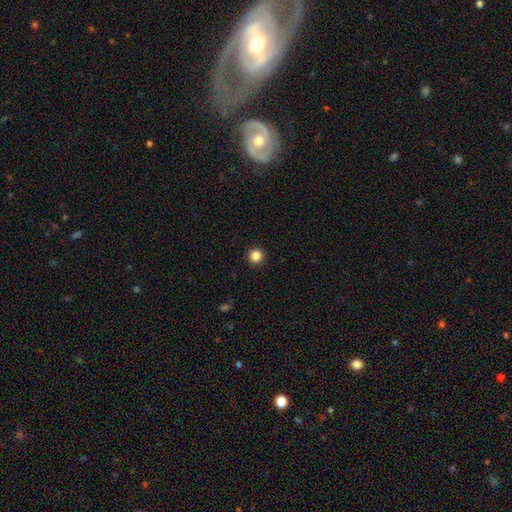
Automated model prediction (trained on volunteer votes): Smooth or featured?
  - smooth: 86% *
  - star or artifact: 11%
  - featured or disk: 3%
How rounded?
  - round: 96% *
  - in between: 3%
  - cigar-shaped: 1%
Merging?
  - none: 94% *
  - minor disturbance: 4%
  - major disturbance: 1%
  - merger: 1%